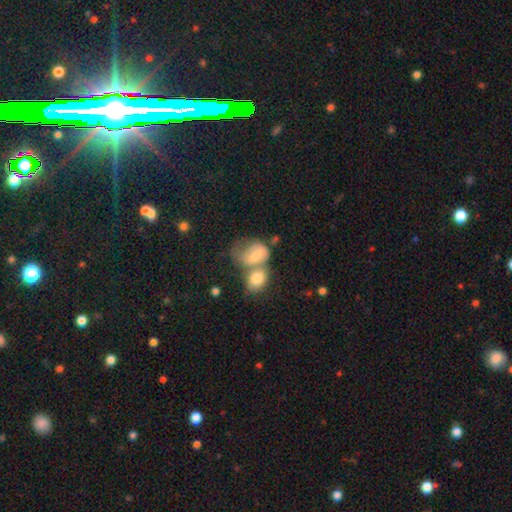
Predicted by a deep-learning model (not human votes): Overall: smooth (54%; featured or disk 35%). How rounded: in between (67%; round 31%). Merging: merger (59%; none 20%).